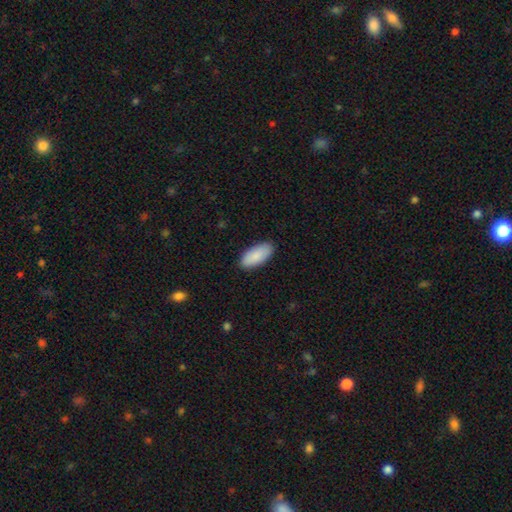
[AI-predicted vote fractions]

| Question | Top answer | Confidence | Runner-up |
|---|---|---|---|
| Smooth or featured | smooth | 89% | star or artifact (6%) |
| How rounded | in between | 89% | cigar-shaped (9%) |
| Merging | none | 88% | minor disturbance (9%) |